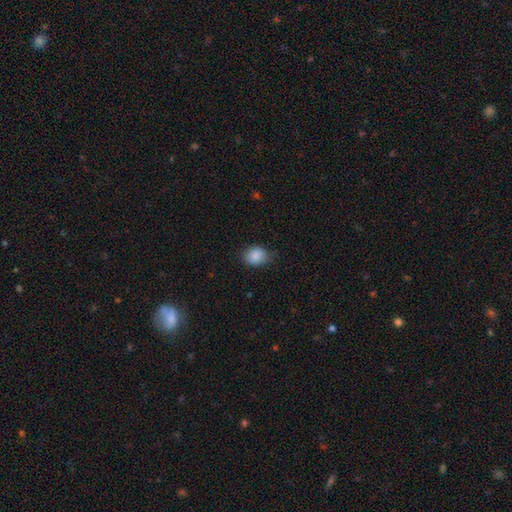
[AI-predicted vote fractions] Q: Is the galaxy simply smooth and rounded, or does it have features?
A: smooth — 88%.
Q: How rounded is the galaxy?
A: in between — 50%.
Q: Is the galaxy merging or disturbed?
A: none — 70%.